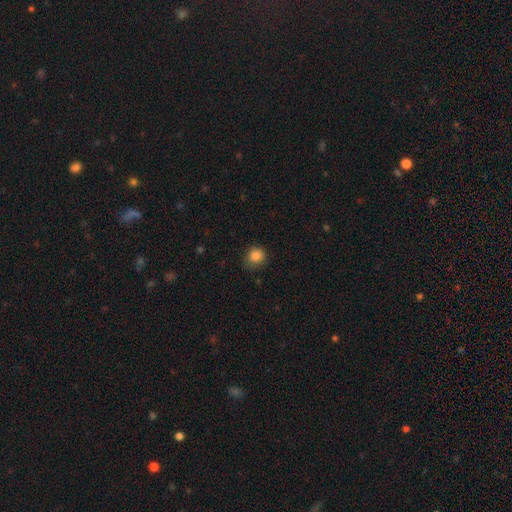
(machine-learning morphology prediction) smooth_or_featured: smooth (p=0.86) [alt: star or artifact p=0.10]
how_rounded: round (p=0.84) [alt: in between p=0.15]
merging: none (p=0.74) [alt: minor disturbance p=0.21]